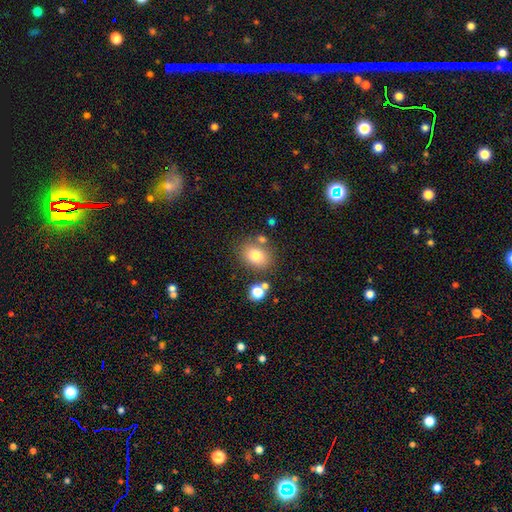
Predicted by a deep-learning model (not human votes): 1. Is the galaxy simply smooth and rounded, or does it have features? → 77% smooth, 12% star or artifact, 11% featured or disk.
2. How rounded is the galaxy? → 52% round, 47% in between, 1% cigar-shaped.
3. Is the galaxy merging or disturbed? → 73% none, 12% minor disturbance, 10% merger, 4% major disturbance.